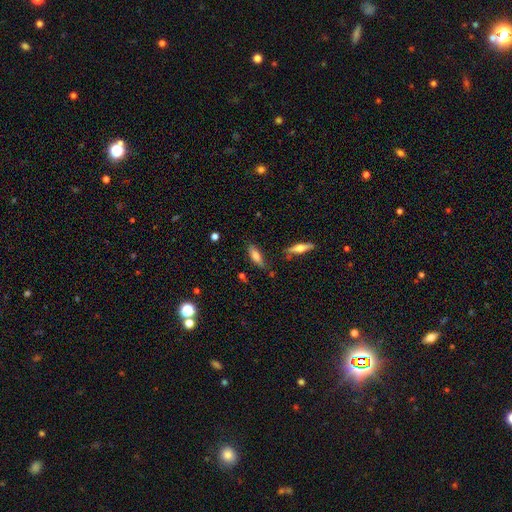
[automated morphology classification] Overall: smooth (67%). How rounded: in between (51%; cigar-shaped 47%). Merging: none (73%).